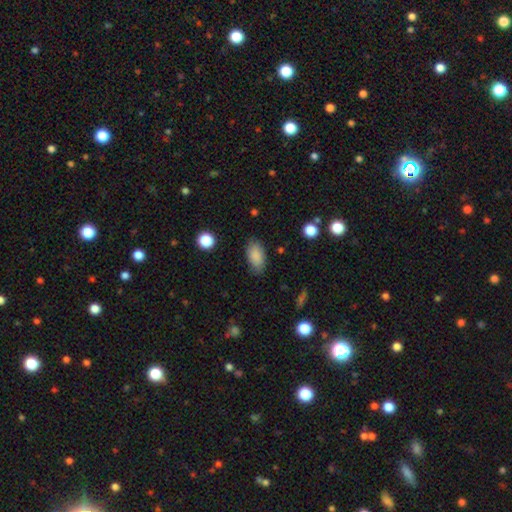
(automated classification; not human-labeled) This is clearly a smooth galaxy (87%). How rounded: clearly in between (93%). Merging: clearly none (83%).